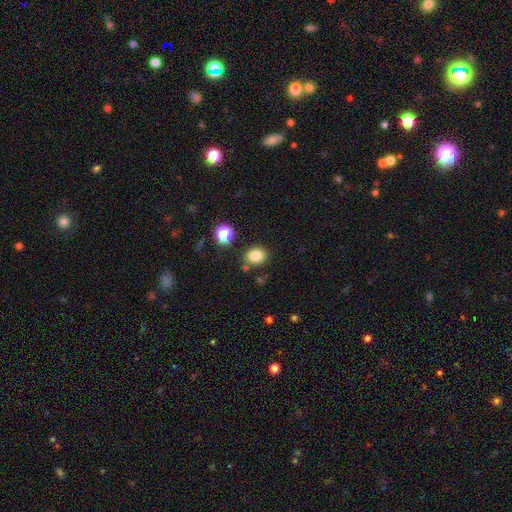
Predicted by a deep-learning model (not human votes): Q: Smooth or featured?
A: smooth (82%); runner-up: star or artifact (12%)
Q: How rounded?
A: round (55%); runner-up: in between (44%)
Q: Merging?
A: none (83%); runner-up: minor disturbance (9%)